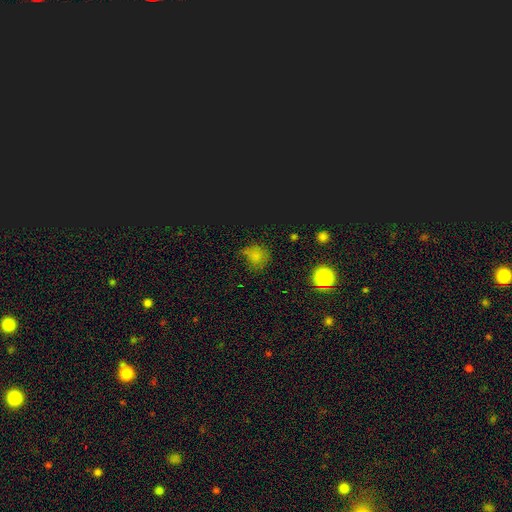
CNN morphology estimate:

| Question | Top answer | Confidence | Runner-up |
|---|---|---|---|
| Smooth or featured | smooth | 59% | star or artifact (33%) |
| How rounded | round | 77% | in between (21%) |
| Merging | none | 59% | minor disturbance (25%) |